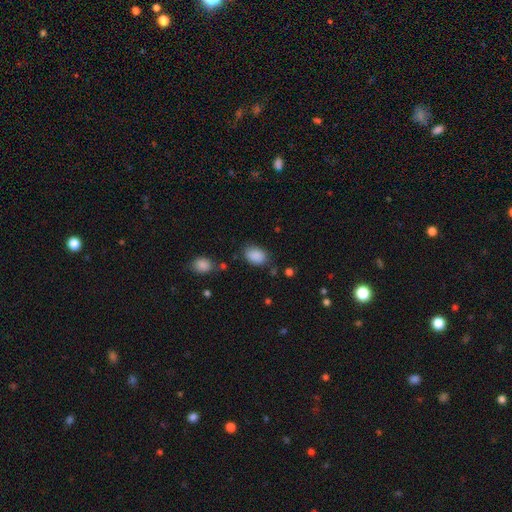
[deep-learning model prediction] Q: Smooth or featured?
A: smooth (88%); runner-up: star or artifact (8%)
Q: How rounded?
A: in between (80%); runner-up: round (19%)
Q: Merging?
A: none (76%); runner-up: minor disturbance (16%)